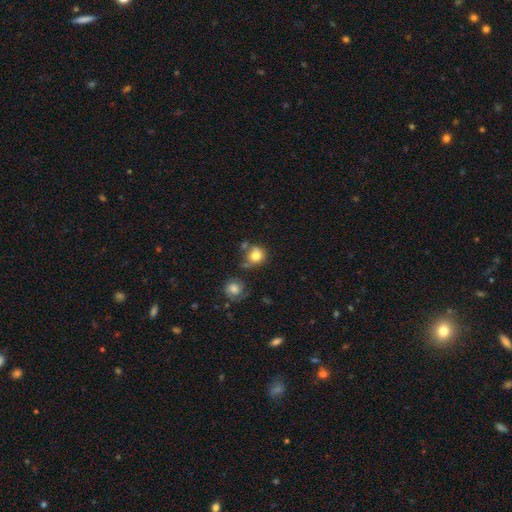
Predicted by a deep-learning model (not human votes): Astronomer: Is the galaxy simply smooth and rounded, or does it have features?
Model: smooth — 78%.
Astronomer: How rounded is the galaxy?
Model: round — 81%.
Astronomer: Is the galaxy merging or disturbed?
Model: none — 51%.